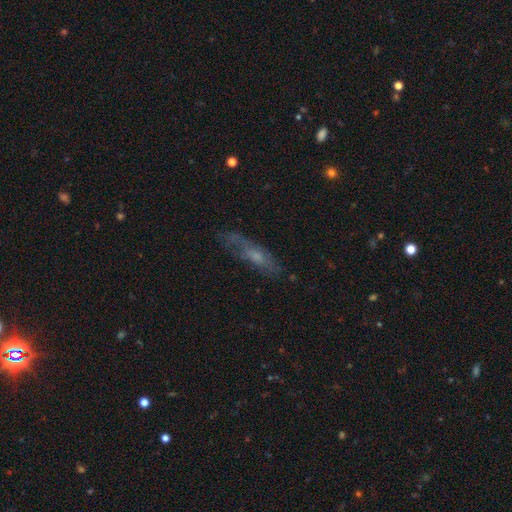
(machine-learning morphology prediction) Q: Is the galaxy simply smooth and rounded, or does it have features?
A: featured or disk — 47%.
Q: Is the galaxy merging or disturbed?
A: none — 64%.